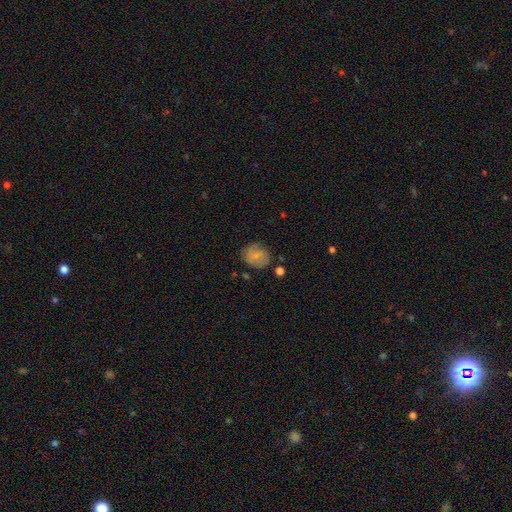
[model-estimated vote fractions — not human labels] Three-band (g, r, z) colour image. It shows a smooth galaxy with no disk features (70%) that is round (66%). Merging: none (72%).